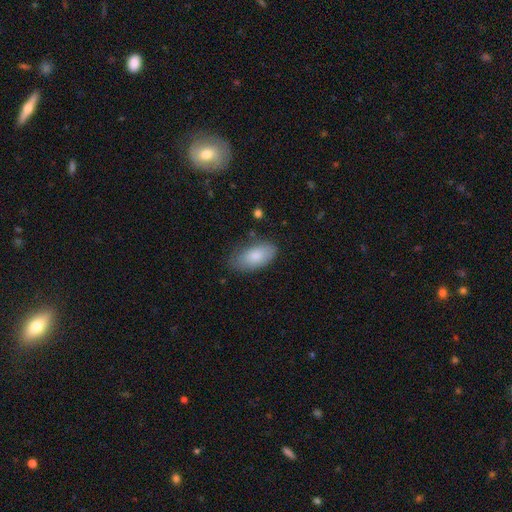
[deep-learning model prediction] Smooth or featured: smooth — 82% (featured or disk — 11%)
How rounded: in between — 93% (cigar-shaped — 4%)
Merging: none — 72% (minor disturbance — 21%)